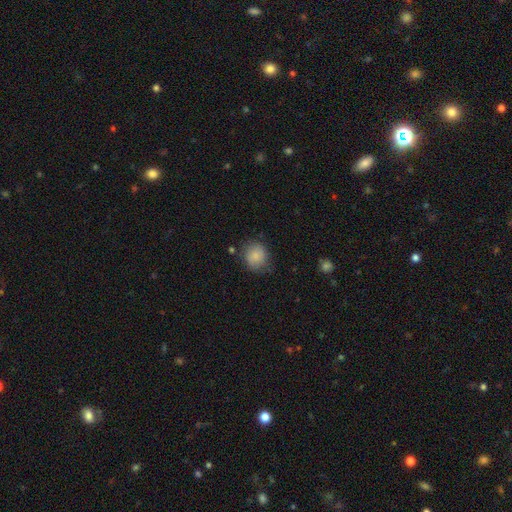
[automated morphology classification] This appears to be a smooth galaxy with no disk features (84%) that is round (82%). Merging: none (74%).